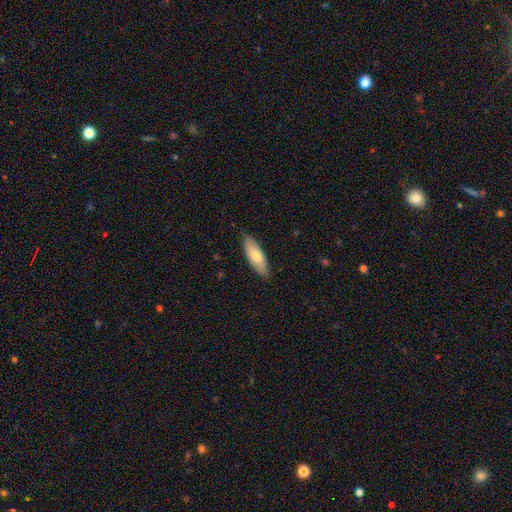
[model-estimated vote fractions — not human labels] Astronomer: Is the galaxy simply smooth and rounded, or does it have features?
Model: smooth — 72%.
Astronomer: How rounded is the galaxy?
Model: in between — 67%.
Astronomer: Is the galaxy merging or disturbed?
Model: none — 83%.